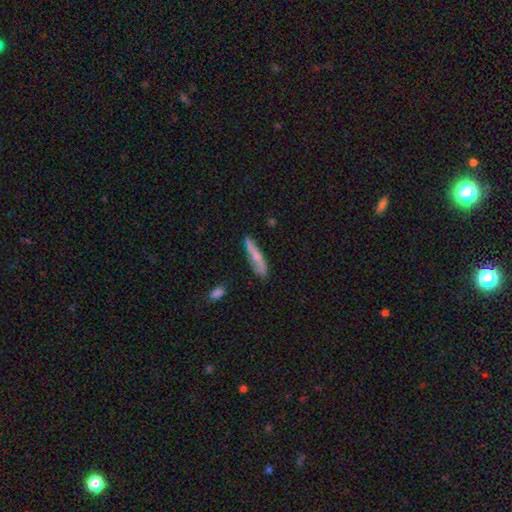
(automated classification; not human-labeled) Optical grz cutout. It shows a smooth galaxy with no disk features (59%) that is cigar-shaped (85%). Merging: none (67%).